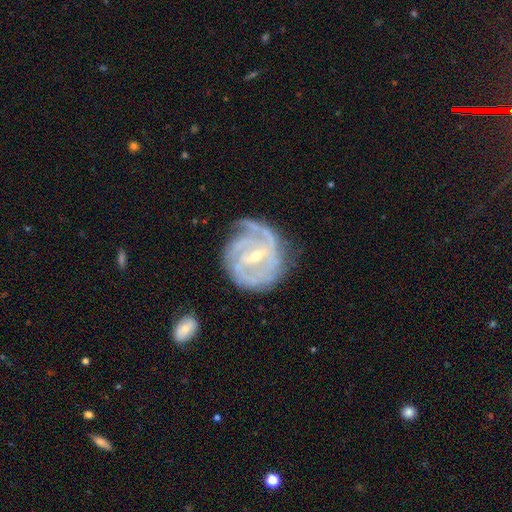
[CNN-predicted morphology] Overall: featured or disk (89%). Edge-on disk: no (97%). Bar: weak (49%; strong 37%). Spiral arms: yes (96%). Spiral arm count: 3 (28%; 2 26%). Spiral winding: tight (60%; medium 32%). Bulge size: small (55%; moderate 42%). Merging: none (64%).